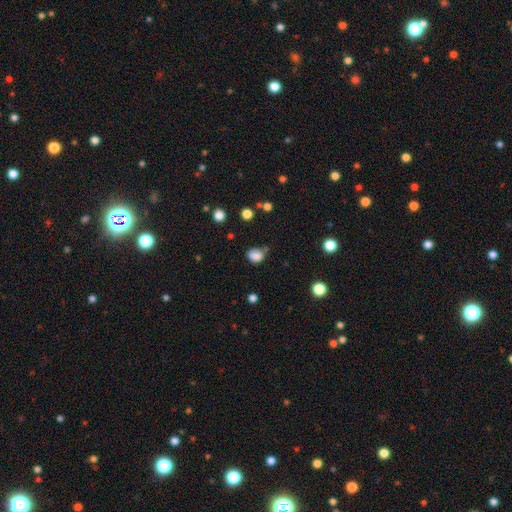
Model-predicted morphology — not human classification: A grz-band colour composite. It shows a smooth galaxy with no disk features (82%) that is round (51%). Merging: none (57%).